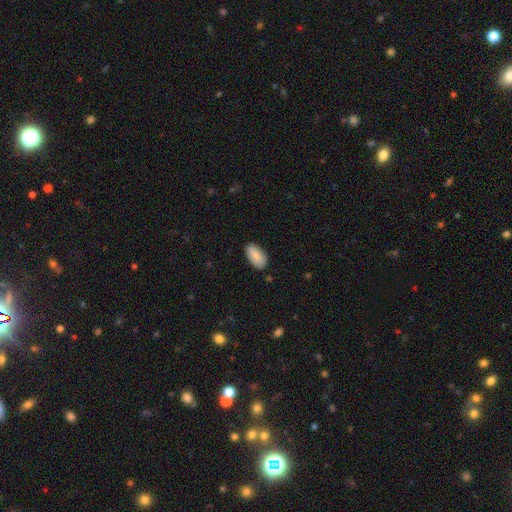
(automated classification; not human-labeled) Q: Smooth or featured?
A: smooth (87%); runner-up: featured or disk (6%)
Q: How rounded?
A: in between (95%); runner-up: round (3%)
Q: Merging?
A: none (84%); runner-up: minor disturbance (12%)